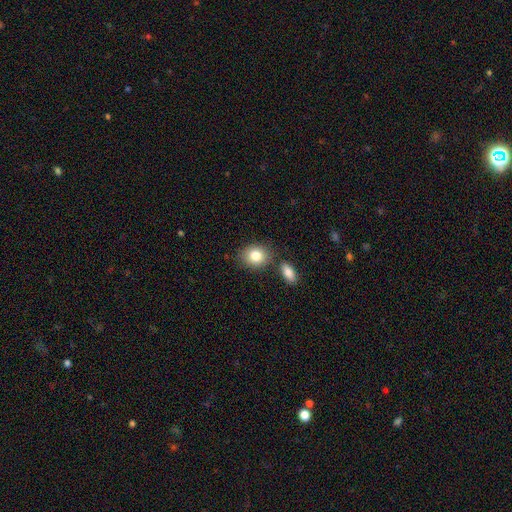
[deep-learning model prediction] The model was most divided on "how rounded": in between: 51%, round: 48%, cigar-shaped: 1%. More confident: smooth or featured — smooth (83%); merging — none (72%).